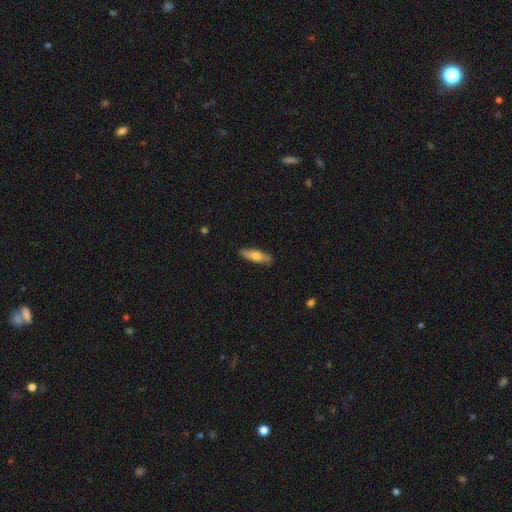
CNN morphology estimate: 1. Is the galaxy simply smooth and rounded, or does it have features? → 66% smooth, 28% featured or disk, 6% star or artifact.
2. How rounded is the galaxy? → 58% cigar-shaped, 40% in between, 2% round.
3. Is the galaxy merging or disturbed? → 89% none, 8% minor disturbance, 2% major disturbance, 1% merger.